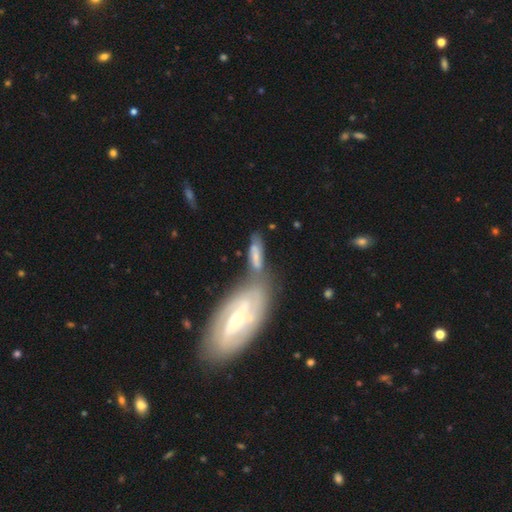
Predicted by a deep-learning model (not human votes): Overall: smooth (49%; featured or disk 44%). Merging: merger (49%; none 30%).